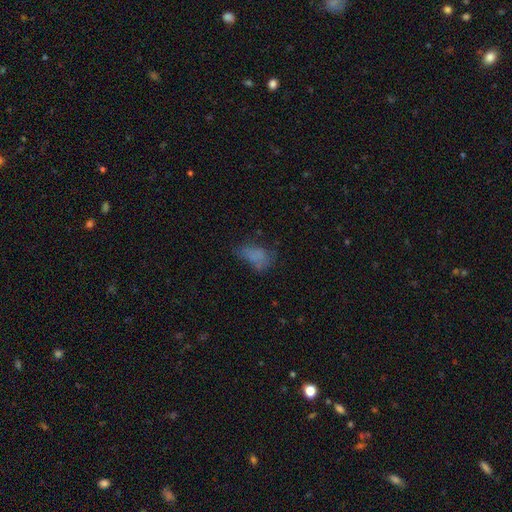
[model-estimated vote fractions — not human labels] Overall: smooth (64%). How rounded: in between (85%). Merging: none (37%; major disturbance 29%).